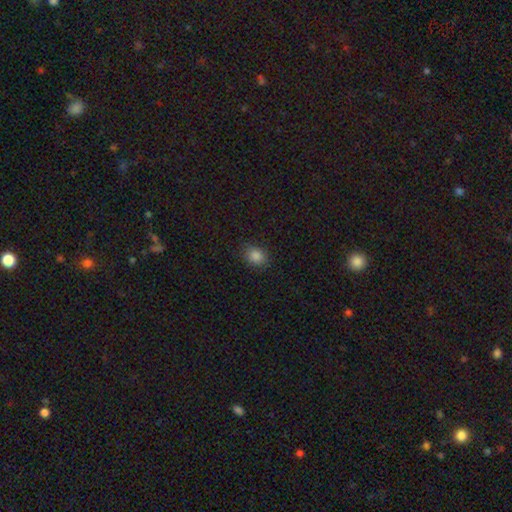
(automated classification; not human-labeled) Q: Smooth or featured?
A: smooth (84%); runner-up: star or artifact (12%)
Q: How rounded?
A: in between (51%); runner-up: round (47%)
Q: Merging?
A: none (85%); runner-up: minor disturbance (12%)